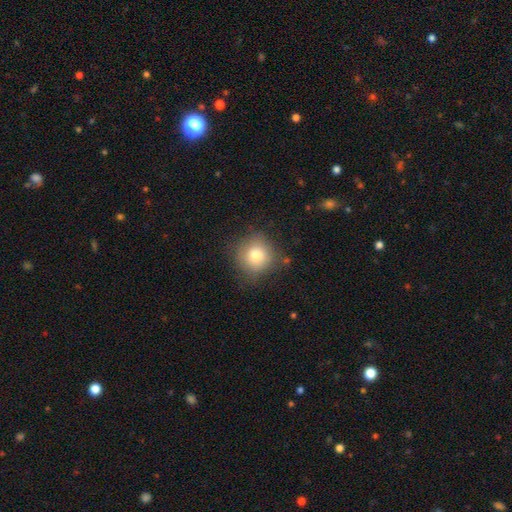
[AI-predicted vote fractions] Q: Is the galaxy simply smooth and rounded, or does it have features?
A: smooth — 78%.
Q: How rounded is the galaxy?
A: round — 89%.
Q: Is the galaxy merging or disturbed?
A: none — 78%.